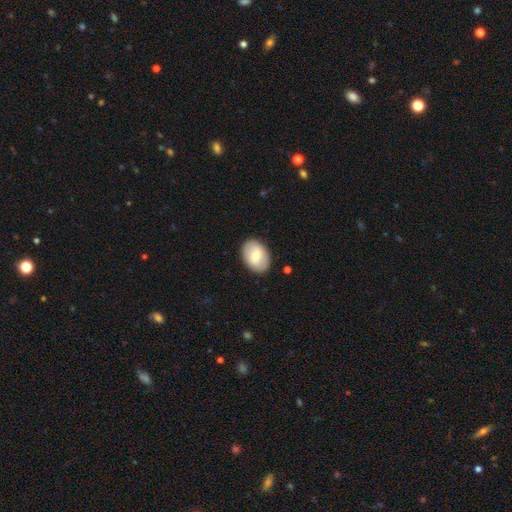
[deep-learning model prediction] A smooth galaxy with no disk features (70%) that is in between round and cigar-shaped (83%).

Vote fractions:
- Smooth or featured? smooth: 70% / featured or disk: 24% / star or artifact: 6%
- How rounded? in between: 83% / round: 16% / cigar-shaped: 1%
- Merging? none: 87% / minor disturbance: 9% / major disturbance: 2% / merger: 1%